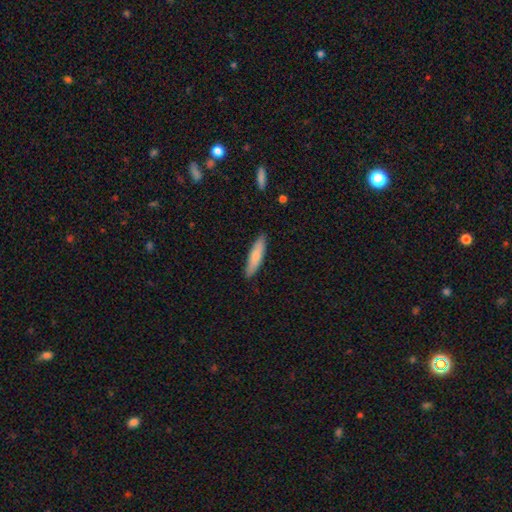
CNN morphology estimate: Overall: smooth (77%). How rounded: cigar-shaped (78%). Merging: none (88%).